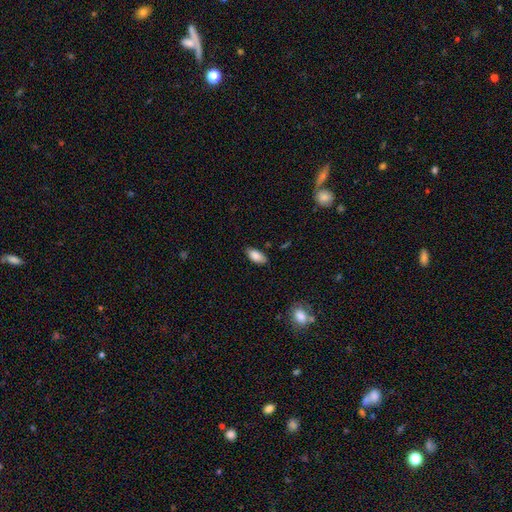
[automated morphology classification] Smooth or featured?
  - smooth: 86% *
  - featured or disk: 7%
  - star or artifact: 7%
How rounded?
  - in between: 91% *
  - cigar-shaped: 6%
  - round: 3%
Merging?
  - none: 80% *
  - minor disturbance: 16%
  - major disturbance: 3%
  - merger: 1%